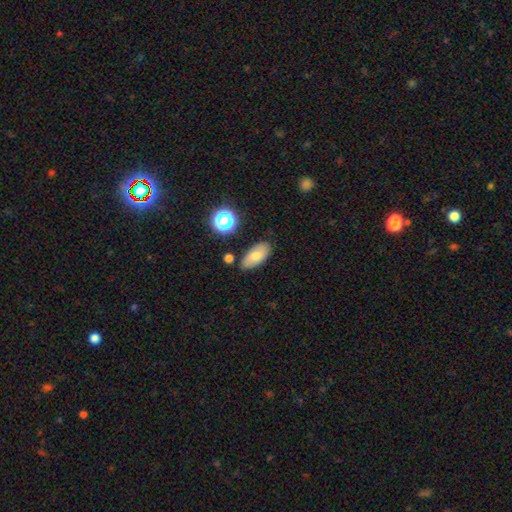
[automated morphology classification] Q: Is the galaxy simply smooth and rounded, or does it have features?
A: smooth — 76%.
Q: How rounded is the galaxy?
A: in between — 89%.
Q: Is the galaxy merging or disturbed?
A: none — 78%.